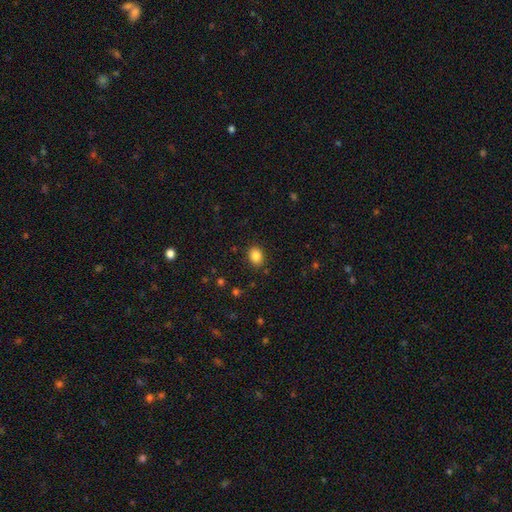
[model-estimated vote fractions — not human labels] Morphology: type=smooth (85%); roundness=in between (51%); merging=none (88%).